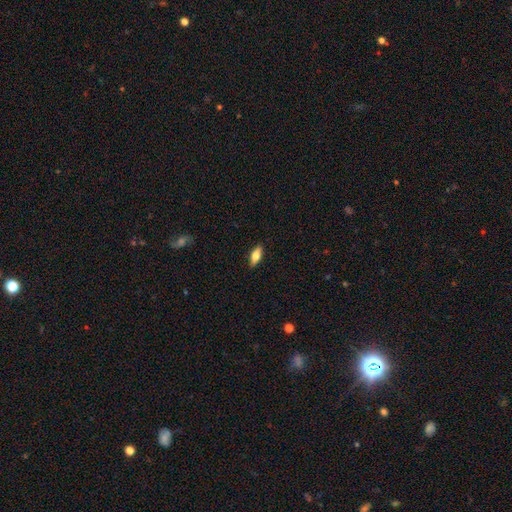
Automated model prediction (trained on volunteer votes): Overall: smooth (66%; featured or disk 27%). How rounded: in between (73%). Merging: none (89%).